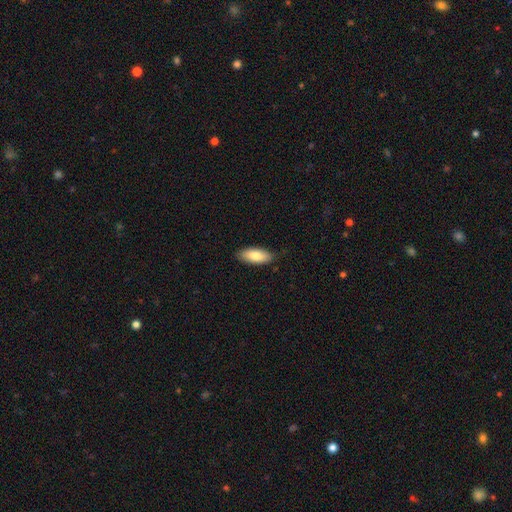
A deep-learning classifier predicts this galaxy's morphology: A smooth galaxy with no disk features (84%) that is in between round and cigar-shaped (84%). Merging: none (83%).